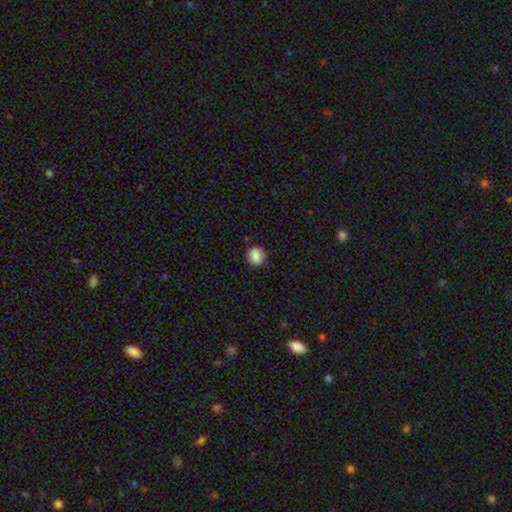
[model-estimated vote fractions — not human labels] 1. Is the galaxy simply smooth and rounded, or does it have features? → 86% smooth, 9% star or artifact, 5% featured or disk.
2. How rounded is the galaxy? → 78% round, 21% in between, 1% cigar-shaped.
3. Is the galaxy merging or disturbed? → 86% none, 10% minor disturbance, 2% major disturbance, 1% merger.